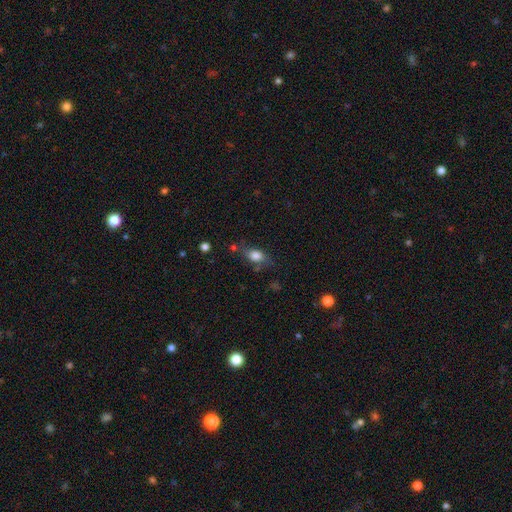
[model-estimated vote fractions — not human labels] Smooth or featured? smooth (78%)
How rounded? in between (78%)
Merging? none (64%)